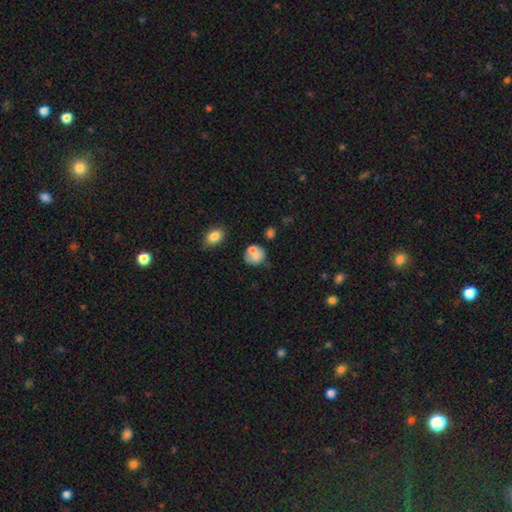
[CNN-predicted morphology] Smooth or featured? smooth (71%)
How rounded? round (67%)
Merging? none (45%)